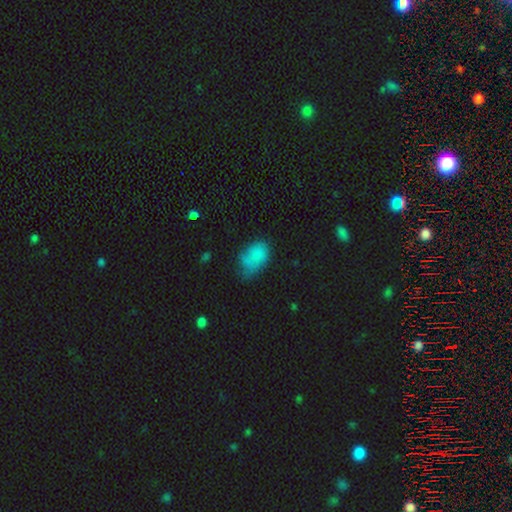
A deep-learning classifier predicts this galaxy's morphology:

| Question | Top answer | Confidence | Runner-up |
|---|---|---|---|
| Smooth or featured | smooth | 76% | featured or disk (14%) |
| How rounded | in between | 85% | round (14%) |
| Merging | minor disturbance | 37% | none (36%) |